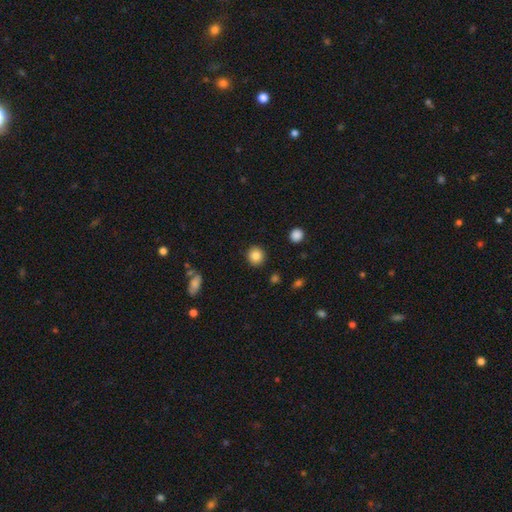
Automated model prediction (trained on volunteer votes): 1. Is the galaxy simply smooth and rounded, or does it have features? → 86% smooth, 10% star or artifact, 5% featured or disk.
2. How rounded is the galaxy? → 89% round, 10% in between, 1% cigar-shaped.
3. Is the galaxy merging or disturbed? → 91% none, 5% minor disturbance, 2% major disturbance, 1% merger.